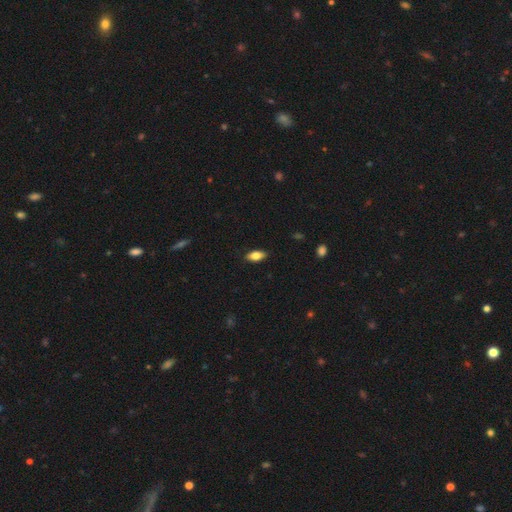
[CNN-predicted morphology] smooth_or_featured: smooth (p=0.77) [alt: featured or disk p=0.16]
how_rounded: in between (p=0.86) [alt: cigar-shaped p=0.12]
merging: none (p=0.87) [alt: minor disturbance p=0.10]